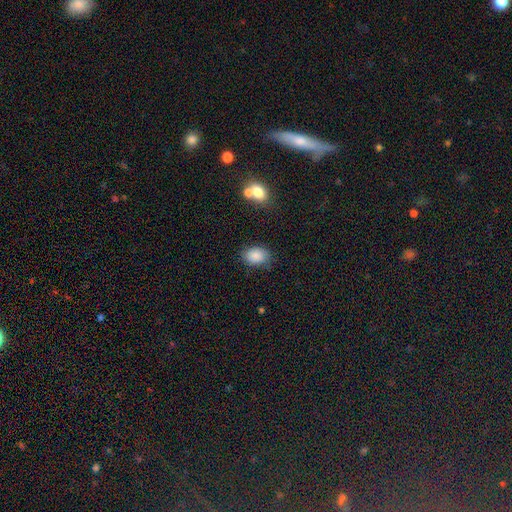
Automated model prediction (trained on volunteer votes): A smooth galaxy with no disk features (87%) that is in between round and cigar-shaped (77%).

Vote fractions:
- Smooth or featured? smooth: 87% / star or artifact: 8% / featured or disk: 6%
- How rounded? in between: 77% / round: 22% / cigar-shaped: 1%
- Merging? none: 75% / minor disturbance: 17% / major disturbance: 4% / merger: 3%